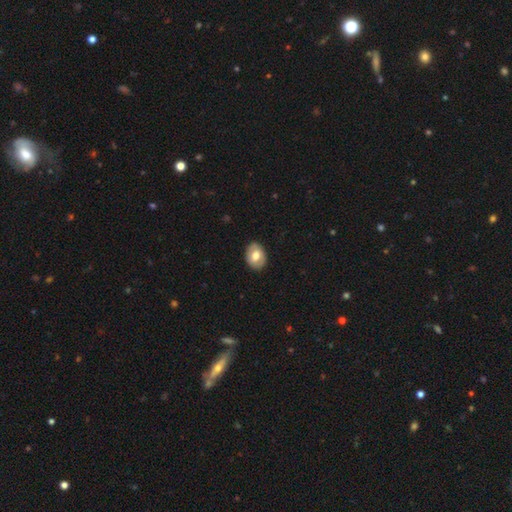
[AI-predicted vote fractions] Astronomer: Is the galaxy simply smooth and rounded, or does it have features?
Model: smooth — 69%.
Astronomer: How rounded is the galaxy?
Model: in between — 69%.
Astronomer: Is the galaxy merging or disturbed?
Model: none — 86%.